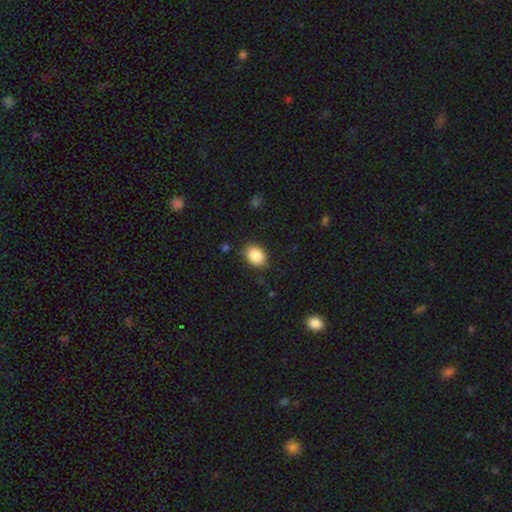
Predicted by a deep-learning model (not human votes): This appears to be a smooth galaxy with no disk features (87%) that is in between round and cigar-shaped (64%). Merging: none (83%).